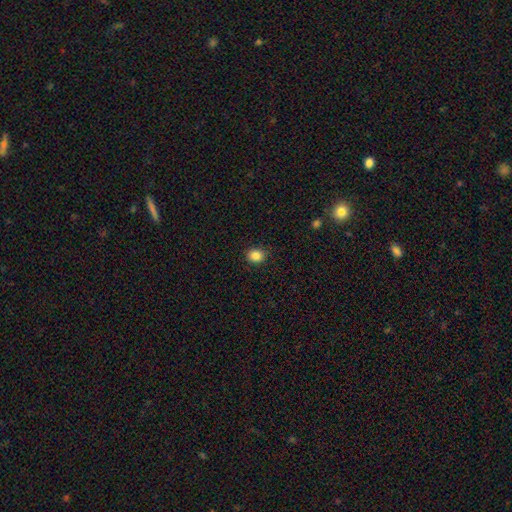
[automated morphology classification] This is clearly a smooth galaxy (86%). How rounded: likely round (68%). Merging: clearly none (88%).